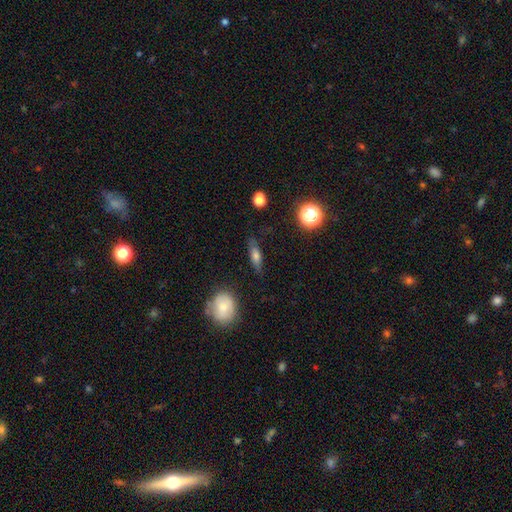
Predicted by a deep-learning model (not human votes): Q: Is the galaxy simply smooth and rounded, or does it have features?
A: smooth — 65%.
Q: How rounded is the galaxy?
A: in between — 51%.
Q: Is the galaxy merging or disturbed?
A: none — 78%.